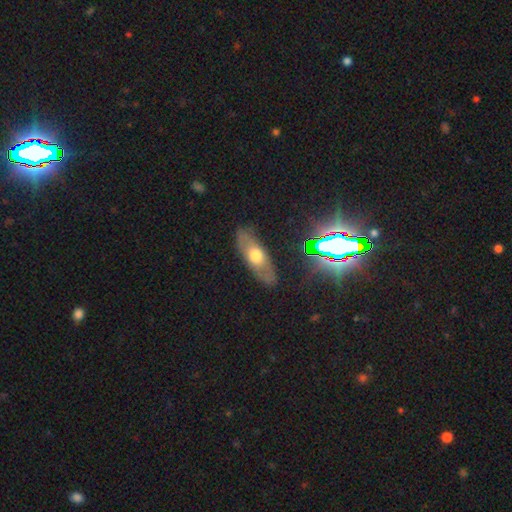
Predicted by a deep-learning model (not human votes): This appears to be a smooth galaxy with no disk features (49%). Merging: none (82%).